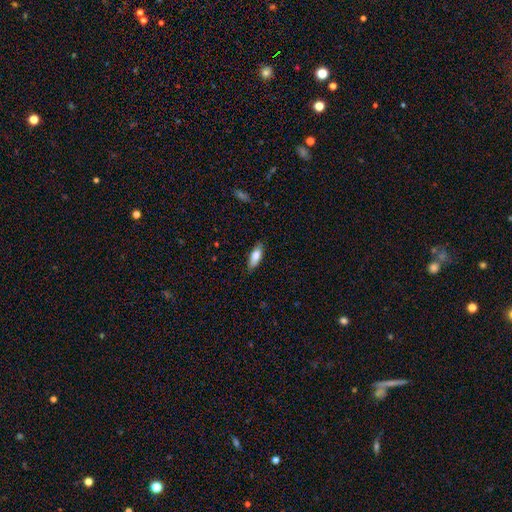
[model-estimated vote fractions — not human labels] A smooth galaxy with no disk features (74%) that is in between round and cigar-shaped (64%). Merging: none (83%).